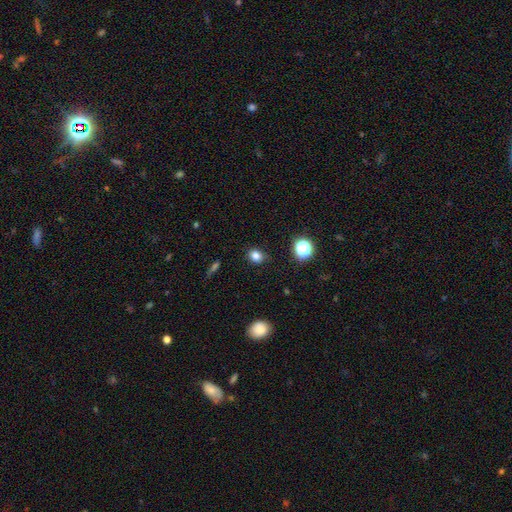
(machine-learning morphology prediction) smooth 81%, star or artifact 14%, featured or disk 6%. Down the decision tree: how rounded — round (55%); merging — none (86%).